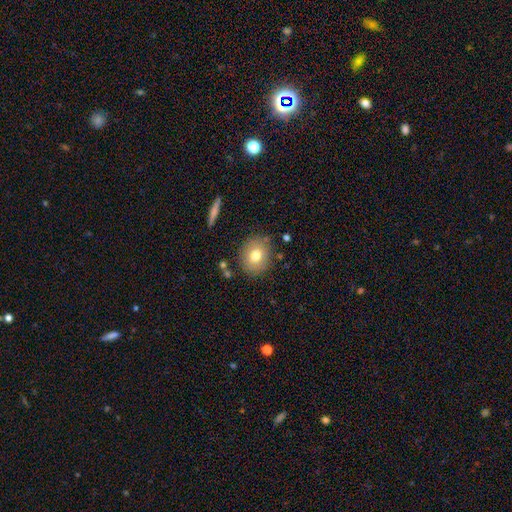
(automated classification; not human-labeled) Overall: smooth (74%). How rounded: round (71%). Merging: none (83%).